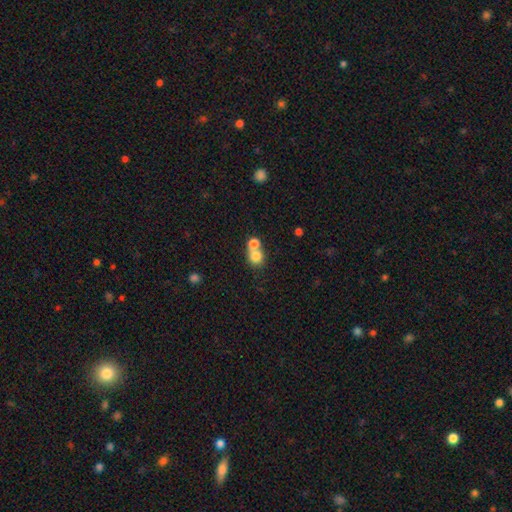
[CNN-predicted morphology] smooth-or-featured: smooth: 78% | featured or disk: 11% | star or artifact: 11%
  how-rounded: round: 79% | in between: 20% | cigar-shaped: 1%
  merging: merger: 56% | none: 35% | minor disturbance: 6% | major disturbance: 3%